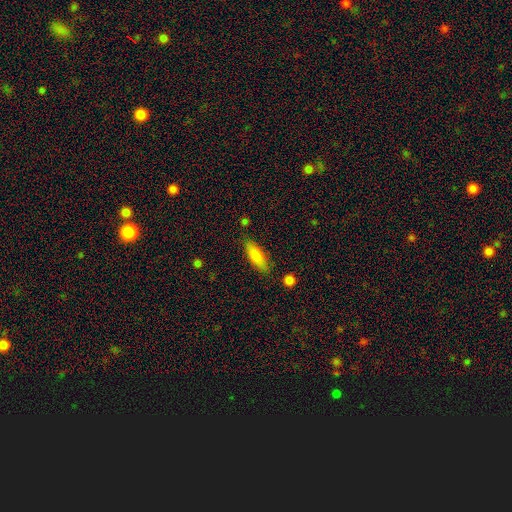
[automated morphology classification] Smooth or featured?
  - smooth: 79% *
  - featured or disk: 15%
  - star or artifact: 6%
How rounded?
  - in between: 59% *
  - cigar-shaped: 39%
  - round: 2%
Merging?
  - none: 83% *
  - minor disturbance: 12%
  - major disturbance: 3%
  - merger: 3%